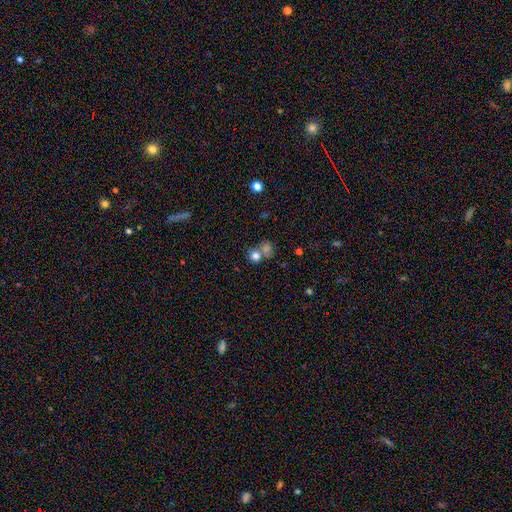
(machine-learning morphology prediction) Smooth or featured? Predicted: smooth (p=0.78). How rounded? Predicted: round (p=0.83). Merging? Predicted: none (p=0.45).